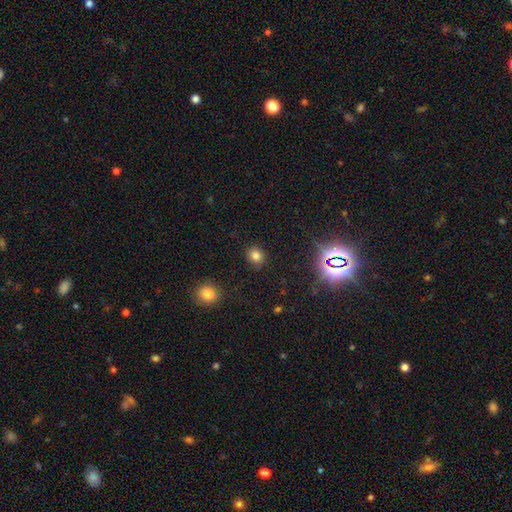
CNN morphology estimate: Smooth or featured? Predicted: smooth (p=0.79). How rounded? Predicted: round (p=0.70). Merging? Predicted: none (p=0.87).